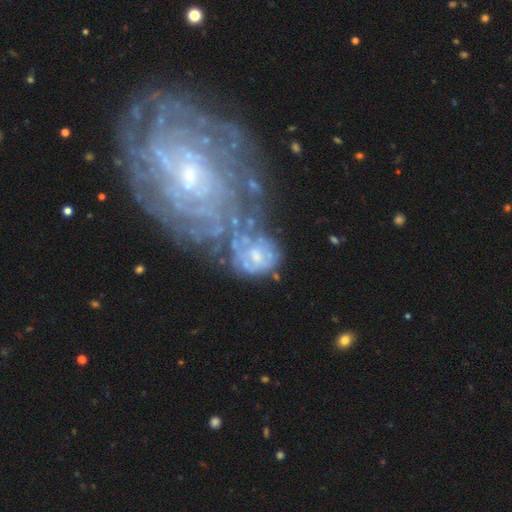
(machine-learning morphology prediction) A featured or disk galaxy (68%) with no bar (74%), no spiral arms (52%) and a moderate central bulge (40%).

Vote fractions:
- Smooth or featured? featured or disk: 68% / smooth: 21% / star or artifact: 11%
- Edge-on disk? no: 97% / yes: 3%
- Bar? no: 74% / weak: 19% / strong: 7%
- Spiral arms? no: 52% / yes: 48%
- Bulge size? moderate: 40% / small: 28% / none: 25% / large: 6% / dominant: 2%
- Merging? merger: 51% / major disturbance: 20% / none: 18% / minor disturbance: 10%